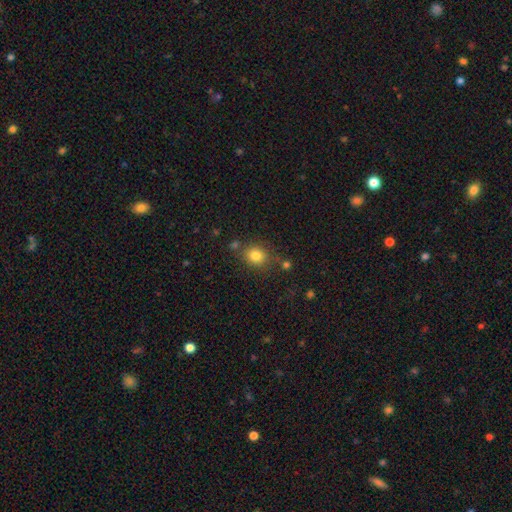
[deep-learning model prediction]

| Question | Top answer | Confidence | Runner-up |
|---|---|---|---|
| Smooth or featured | smooth | 82% | star or artifact (12%) |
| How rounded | round | 72% | in between (27%) |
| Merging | none | 75% | minor disturbance (13%) |